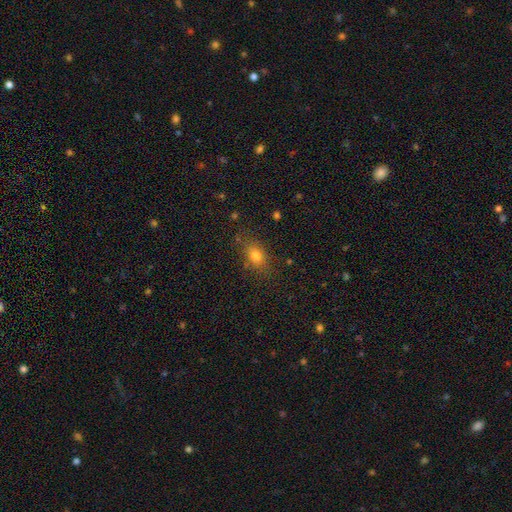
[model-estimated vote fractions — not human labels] smooth 76%, star or artifact 14%, featured or disk 10%. Down the decision tree: how rounded — in between (71%); merging — none (79%).